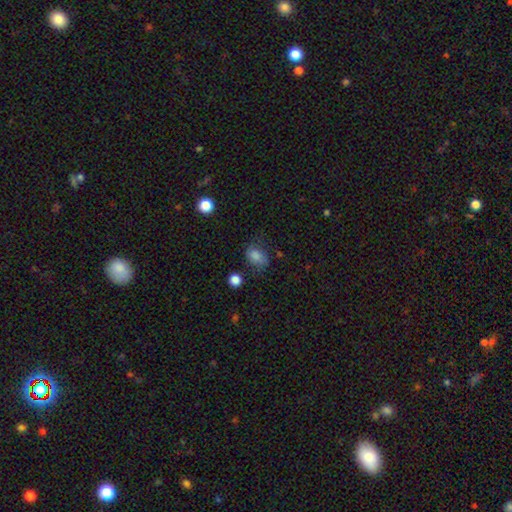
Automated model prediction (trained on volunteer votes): smooth 80%, star or artifact 12%, featured or disk 9%. Down the decision tree: how rounded — in between (75%); merging — none (61%).